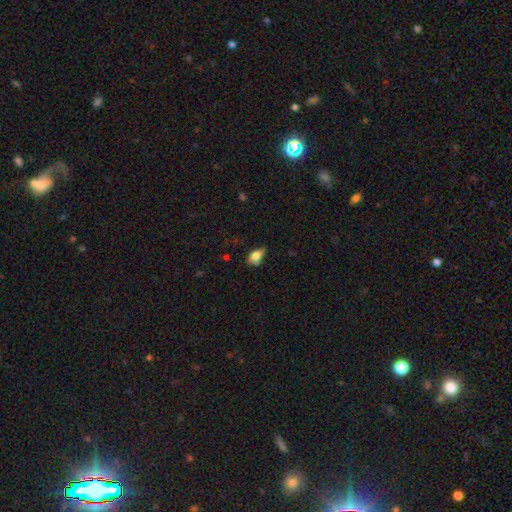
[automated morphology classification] This appears to be a smooth galaxy with no disk features (76%) that is in between round and cigar-shaped (86%). Merging: none (51%).